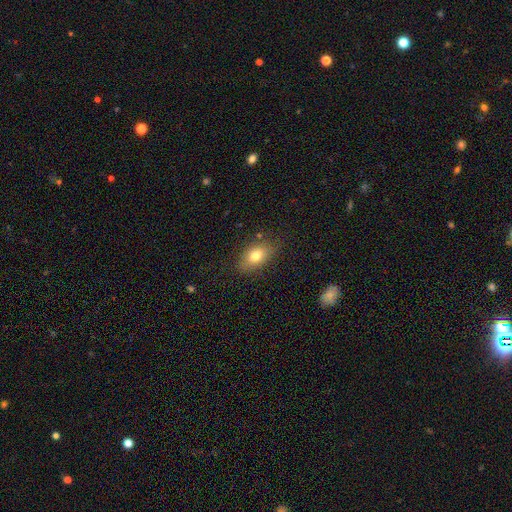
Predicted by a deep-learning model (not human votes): Smooth or featured? smooth (76%)
How rounded? in between (86%)
Merging? none (79%)